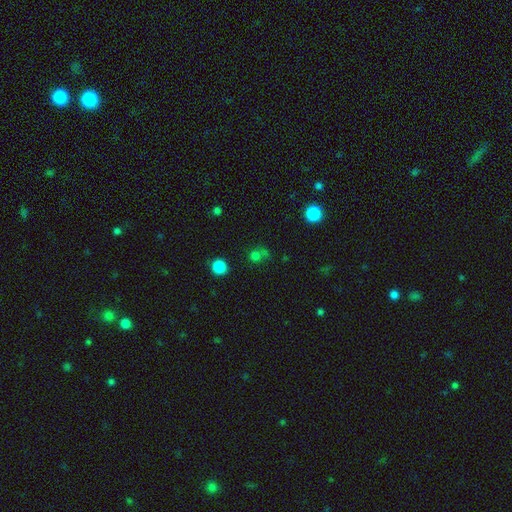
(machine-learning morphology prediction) Q: Smooth or featured?
A: smooth (70%); runner-up: star or artifact (23%)
Q: How rounded?
A: round (84%); runner-up: in between (15%)
Q: Merging?
A: none (58%); runner-up: merger (19%)